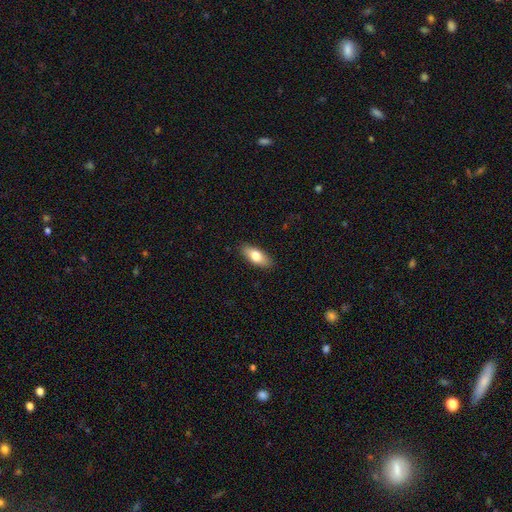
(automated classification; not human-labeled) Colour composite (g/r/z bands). It shows a smooth galaxy with no disk features (76%) that is in between round and cigar-shaped (79%). Merging: none (88%).